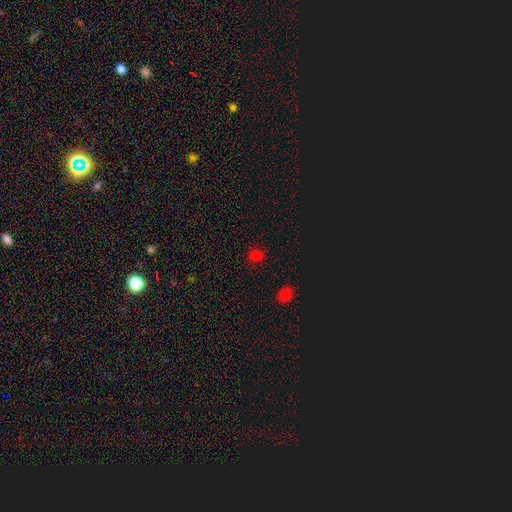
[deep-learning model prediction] smooth_or_featured: smooth (p=0.71) [alt: star or artifact p=0.24]
how_rounded: round (p=0.76) [alt: in between p=0.23]
merging: none (p=0.87) [alt: minor disturbance p=0.08]